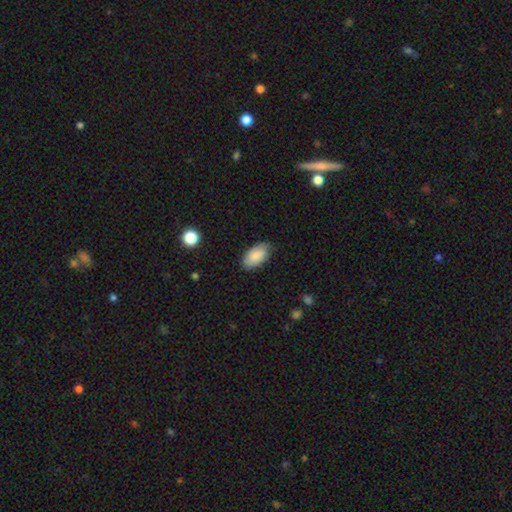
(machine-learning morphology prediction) A smooth galaxy with no disk features (86%) that is in between round and cigar-shaped (95%). Merging: none (76%).